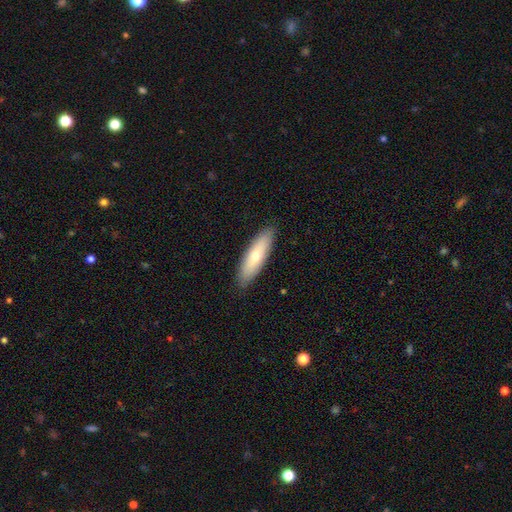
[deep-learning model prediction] Smooth or featured? smooth (66%)
How rounded? cigar-shaped (59%)
Merging? none (89%)